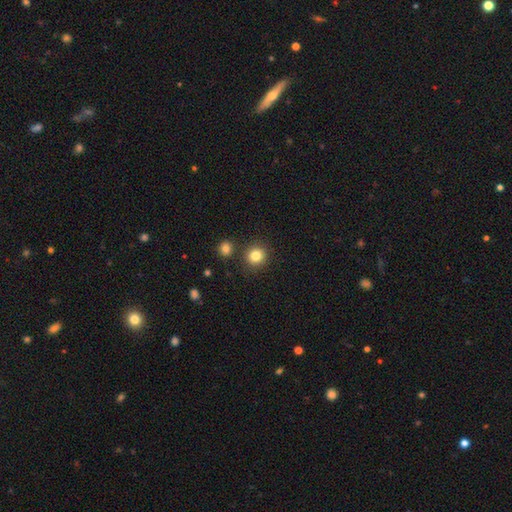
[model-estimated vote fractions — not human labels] Smooth or featured: smooth — 83% (star or artifact — 12%)
How rounded: round — 87% (in between — 12%)
Merging: none — 85% (minor disturbance — 7%)